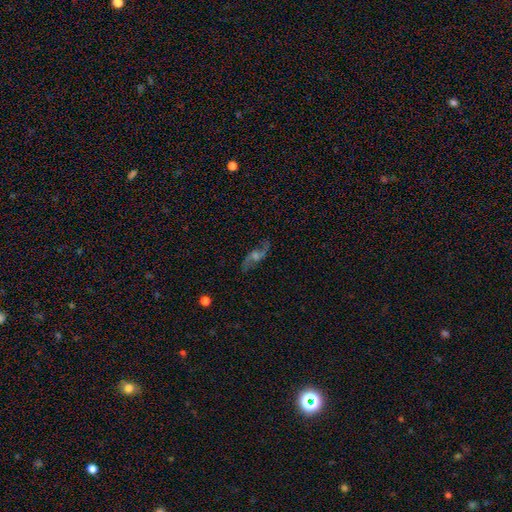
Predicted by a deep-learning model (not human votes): The model was most divided on "bulge size": moderate: 49%, small: 33%, none: 8%, large: 8%, dominant: 2%. More confident: spiral arms — yes (94%); spiral arm count — 2 (92%); edge-on disk — no (89%); smooth or featured — featured or disk (80%); merging — none (80%); spiral winding — loose (73%); bar — no (55%).